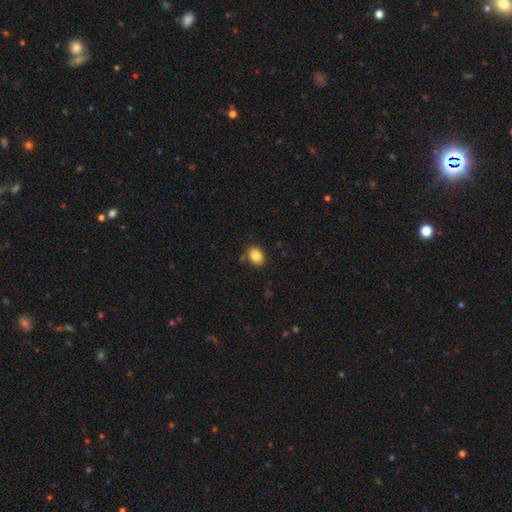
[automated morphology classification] Q: Smooth or featured?
A: smooth (85%); runner-up: star or artifact (9%)
Q: How rounded?
A: in between (61%); runner-up: round (38%)
Q: Merging?
A: none (82%); runner-up: minor disturbance (12%)